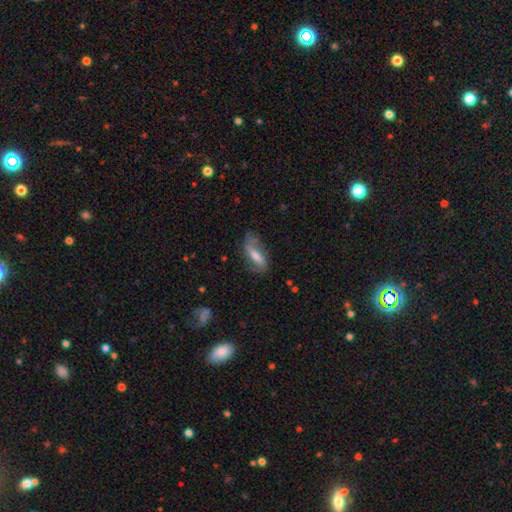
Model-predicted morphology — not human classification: Q: Smooth or featured?
A: featured or disk (47%); runner-up: smooth (45%)
Q: Merging?
A: none (60%); runner-up: minor disturbance (26%)